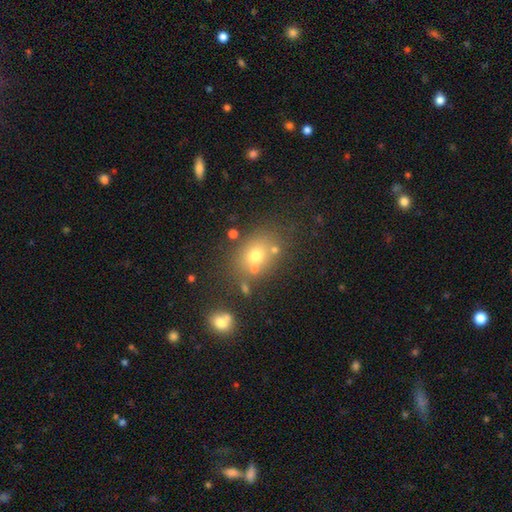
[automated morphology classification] This is likely a smooth galaxy (66%). How rounded: possibly round (52%). Merging: likely none (69%).